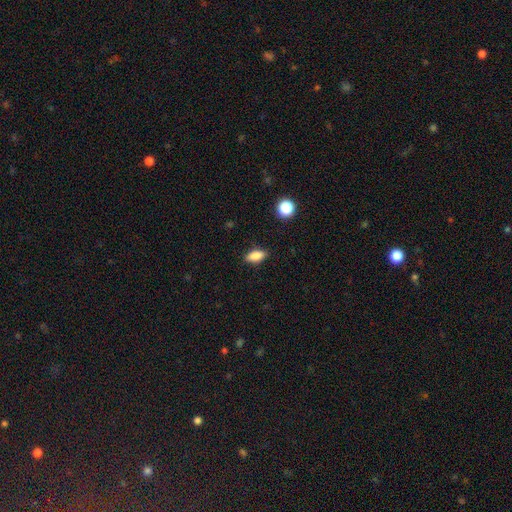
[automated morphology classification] type=smooth (85%); roundness=in between (82%); merging=none (88%).